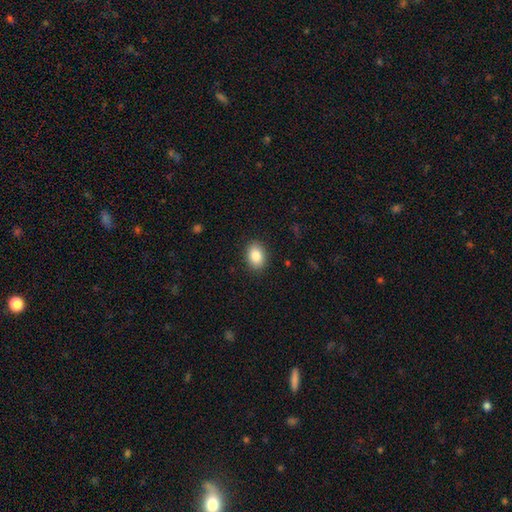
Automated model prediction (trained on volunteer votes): Morphology: type=smooth (86%); roundness=in between (77%); merging=none (89%).